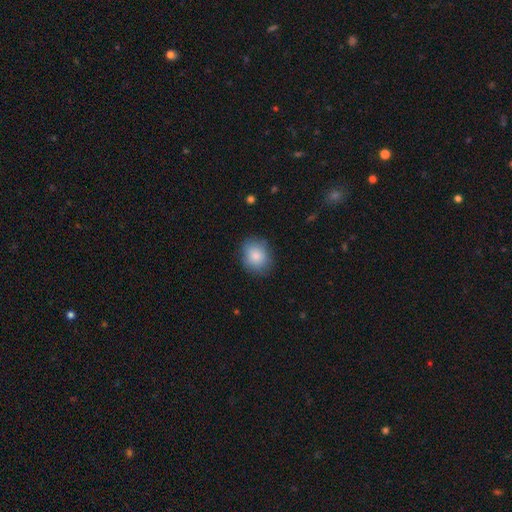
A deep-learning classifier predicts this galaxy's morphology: Overall: smooth (85%). How rounded: round (59%; in between 40%). Merging: none (80%).